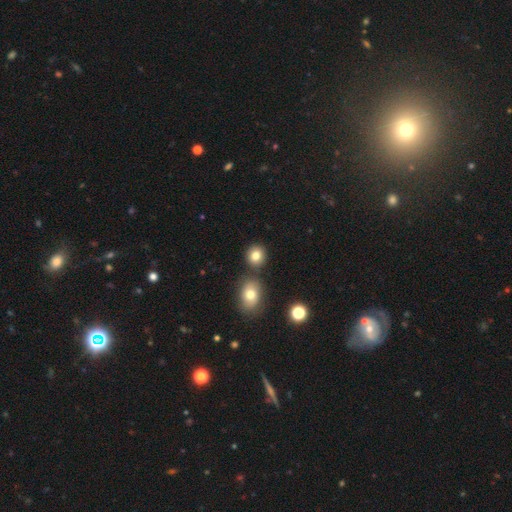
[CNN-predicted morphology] Smooth or featured? smooth (80%)
How rounded? round (79%)
Merging? none (76%)